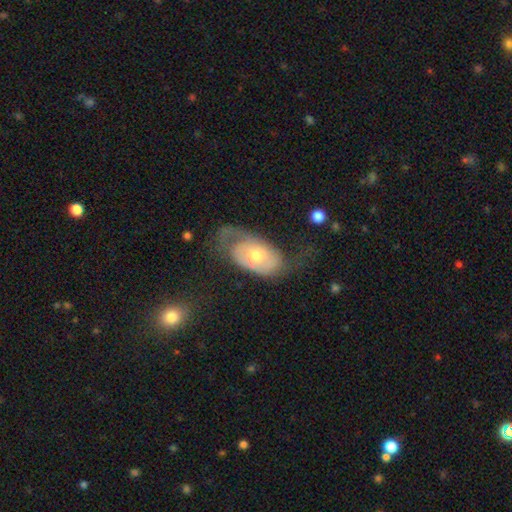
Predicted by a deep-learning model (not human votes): Smooth or featured? featured or disk (71%)
Edge-on disk? no (94%)
Bar? no (77%)
Spiral arms? yes (83%)
Spiral winding? tight (38%)
Spiral arm count? 2 (63%)
Bulge size? moderate (63%)
Merging? none (48%)